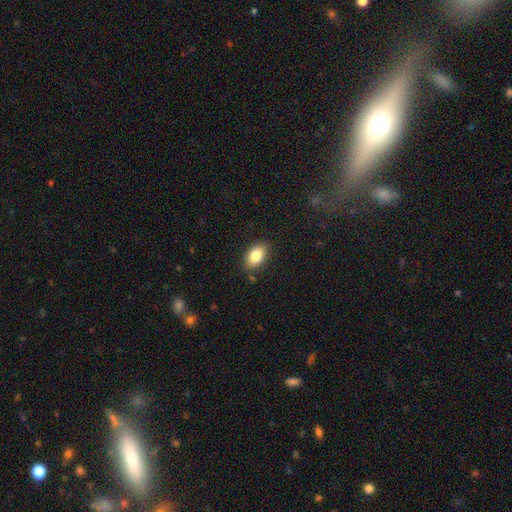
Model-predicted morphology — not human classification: smooth_or_featured: smooth (p=0.83) [alt: featured or disk p=0.09]
how_rounded: in between (p=0.91) [alt: round p=0.07]
merging: none (p=0.85) [alt: minor disturbance p=0.11]